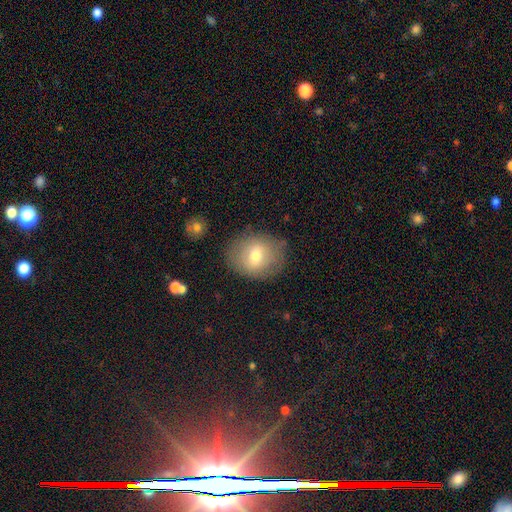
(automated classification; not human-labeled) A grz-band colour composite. It shows a smooth galaxy with no disk features (65%) that is round (60%). Merging: none (79%).